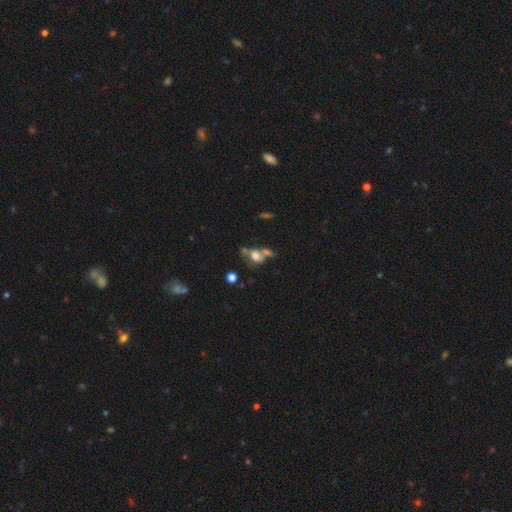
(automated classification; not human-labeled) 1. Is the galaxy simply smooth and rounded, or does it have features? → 55% smooth, 31% featured or disk, 14% star or artifact.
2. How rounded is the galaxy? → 55% in between, 42% round, 3% cigar-shaped.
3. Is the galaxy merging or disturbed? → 43% merger, 30% none, 14% minor disturbance, 14% major disturbance.